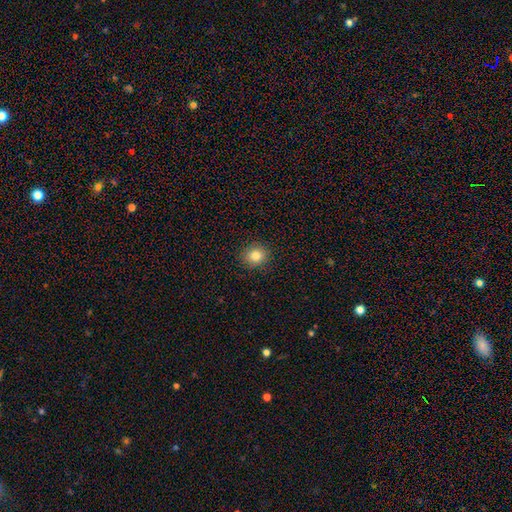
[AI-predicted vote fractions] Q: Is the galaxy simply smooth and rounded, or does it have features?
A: smooth — 81%.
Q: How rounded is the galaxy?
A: round — 84%.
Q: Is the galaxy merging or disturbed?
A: none — 90%.